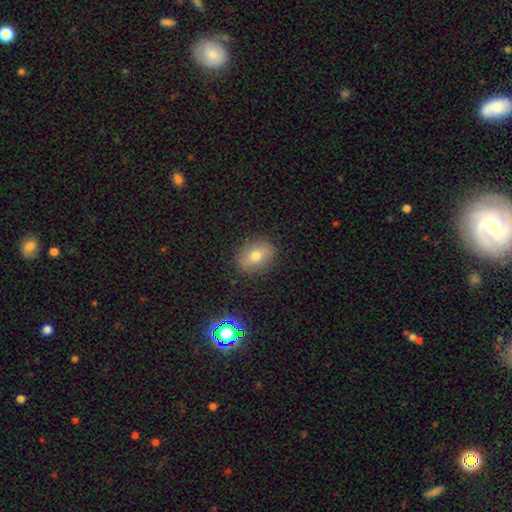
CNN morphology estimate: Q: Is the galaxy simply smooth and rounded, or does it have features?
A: smooth — 67%.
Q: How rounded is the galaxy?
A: in between — 62%.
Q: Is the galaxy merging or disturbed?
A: none — 87%.